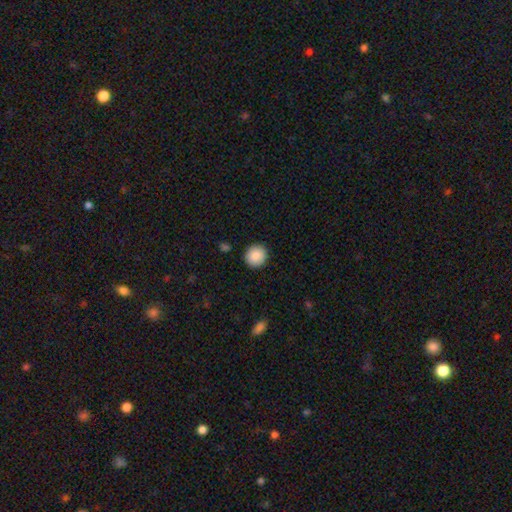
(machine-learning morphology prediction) Q: Smooth or featured?
A: smooth (88%); runner-up: star or artifact (8%)
Q: How rounded?
A: round (91%); runner-up: in between (8%)
Q: Merging?
A: none (92%); runner-up: minor disturbance (6%)